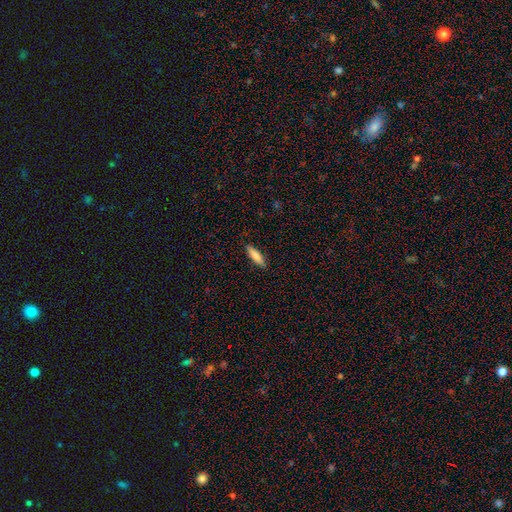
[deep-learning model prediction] smooth 82%, featured or disk 12%, star or artifact 6%. Down the decision tree: how rounded — cigar-shaped (66%); merging — none (87%).